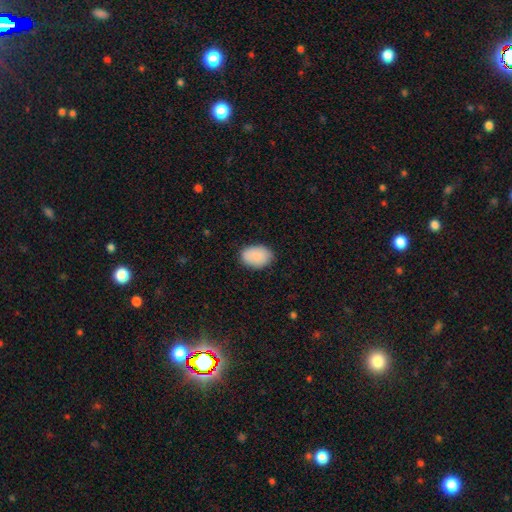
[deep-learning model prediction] A smooth galaxy with no disk features (88%) that is in between round and cigar-shaped (83%).

Vote fractions:
- Smooth or featured? smooth: 88% / star or artifact: 7% / featured or disk: 6%
- How rounded? in between: 83% / round: 16% / cigar-shaped: 1%
- Merging? none: 83% / minor disturbance: 14% / major disturbance: 3% / merger: 1%